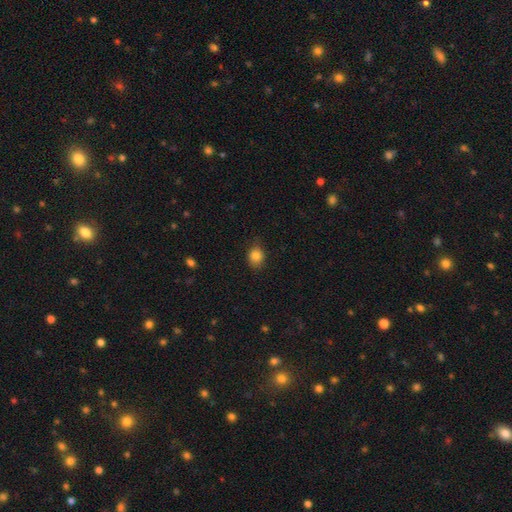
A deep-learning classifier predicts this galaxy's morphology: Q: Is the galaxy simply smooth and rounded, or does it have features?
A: smooth — 83%.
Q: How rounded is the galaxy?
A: round — 60%.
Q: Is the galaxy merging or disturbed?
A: none — 78%.